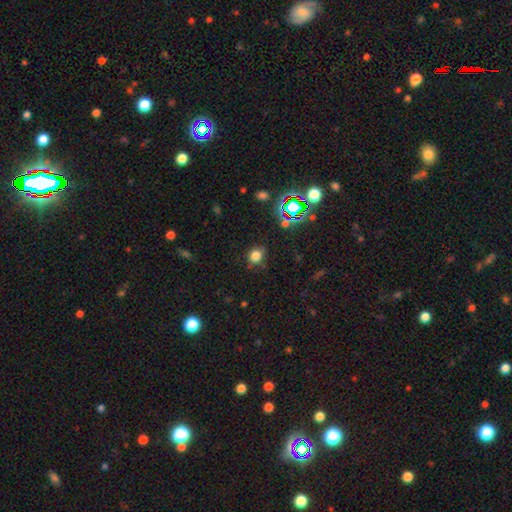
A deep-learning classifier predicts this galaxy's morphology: smooth-or-featured: smooth: 73% | star or artifact: 21% | featured or disk: 7%
  how-rounded: round: 69% | in between: 30% | cigar-shaped: 1%
  merging: none: 76% | minor disturbance: 17% | major disturbance: 5% | merger: 2%